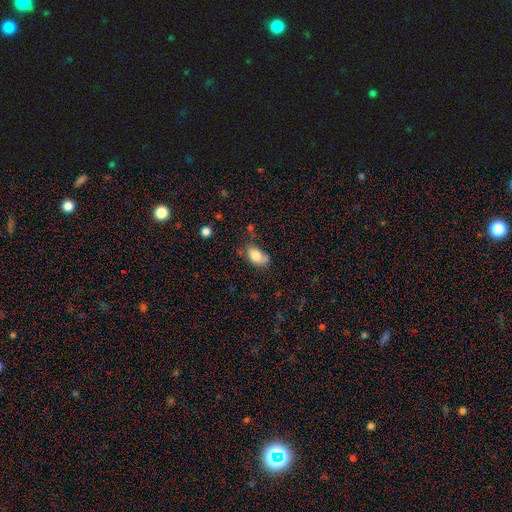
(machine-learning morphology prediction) This is likely a smooth galaxy (80%). How rounded: clearly in between (88%). Merging: possibly none (51%).